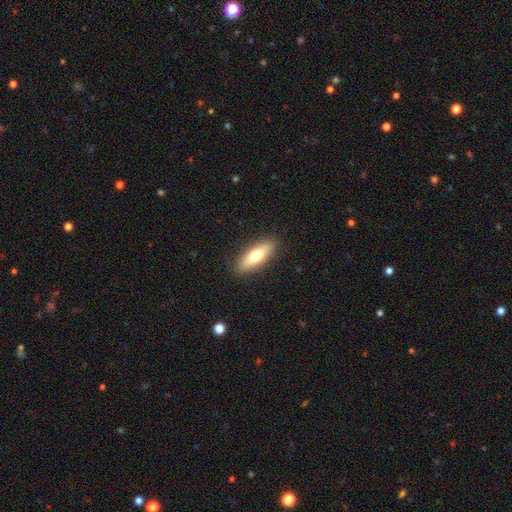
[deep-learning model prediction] Smooth or featured? smooth (68%)
How rounded? cigar-shaped (49%)
Merging? none (89%)